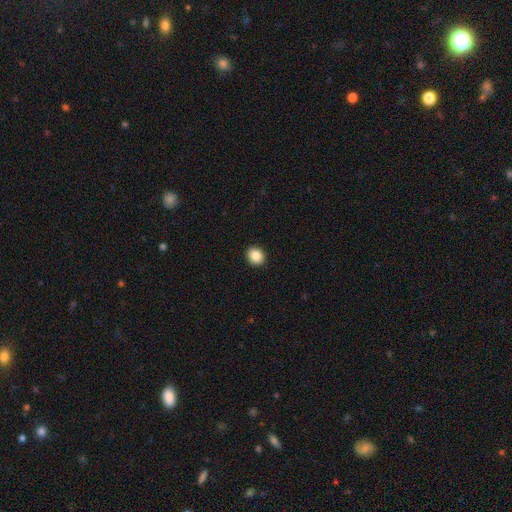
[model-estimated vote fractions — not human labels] Smooth or featured? Predicted: smooth (p=0.87). How rounded? Predicted: round (p=0.76). Merging? Predicted: none (p=0.93).